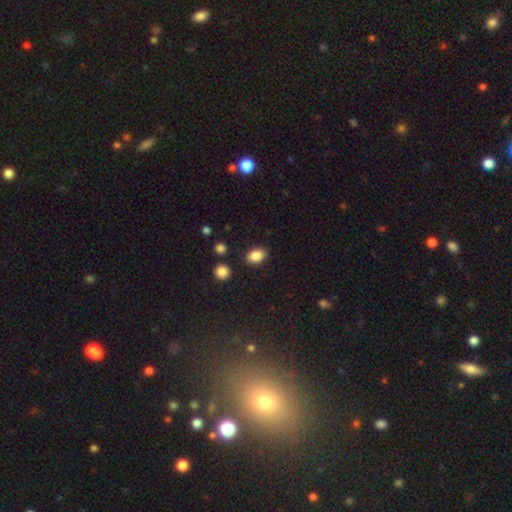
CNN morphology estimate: A smooth galaxy with no disk features (85%) that is in between round and cigar-shaped (82%).

Vote fractions:
- Smooth or featured? smooth: 85% / star or artifact: 9% / featured or disk: 6%
- How rounded? in between: 82% / round: 16% / cigar-shaped: 1%
- Merging? none: 85% / minor disturbance: 10% / merger: 3% / major disturbance: 3%